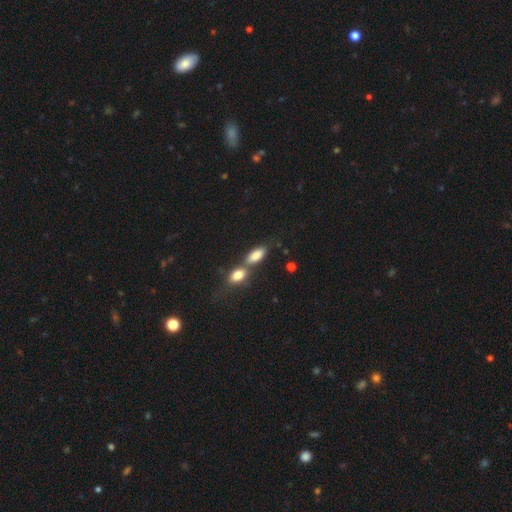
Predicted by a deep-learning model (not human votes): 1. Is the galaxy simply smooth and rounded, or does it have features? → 83% smooth, 9% featured or disk, 8% star or artifact.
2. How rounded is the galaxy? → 86% in between, 10% cigar-shaped, 4% round.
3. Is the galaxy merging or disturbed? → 49% merger, 37% none, 10% minor disturbance, 4% major disturbance.